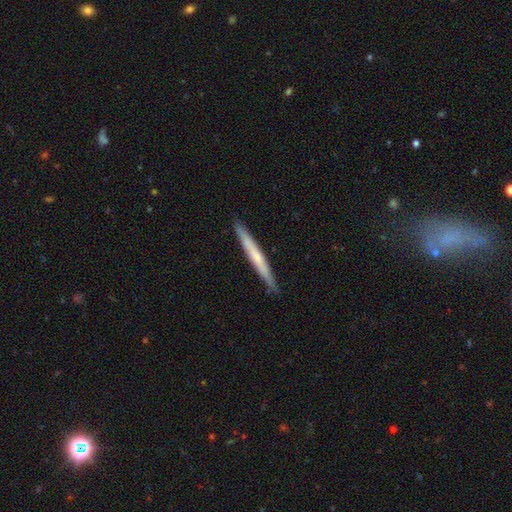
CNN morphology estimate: Q: Smooth or featured?
A: smooth (50%); runner-up: featured or disk (44%)
Q: How rounded?
A: cigar-shaped (97%); runner-up: in between (2%)
Q: Merging?
A: none (91%); runner-up: minor disturbance (7%)